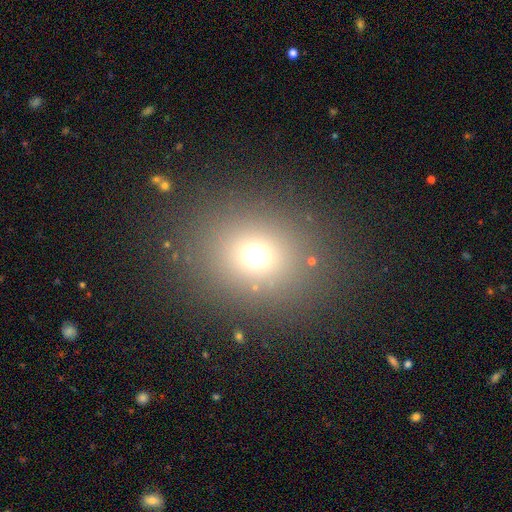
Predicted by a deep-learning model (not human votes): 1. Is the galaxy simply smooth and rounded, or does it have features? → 68% smooth, 23% star or artifact, 9% featured or disk.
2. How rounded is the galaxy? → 67% round, 32% in between, 1% cigar-shaped.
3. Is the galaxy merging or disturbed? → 85% none, 8% minor disturbance, 5% major disturbance, 3% merger.